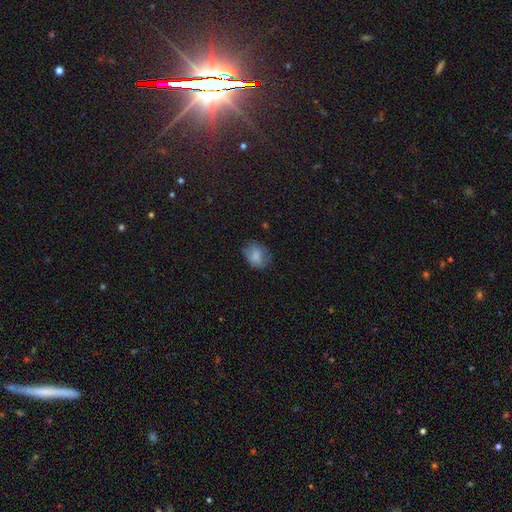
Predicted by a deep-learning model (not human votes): A smooth galaxy with no disk features (80%) that is in between round and cigar-shaped (61%).

Vote fractions:
- Smooth or featured? smooth: 80% / featured or disk: 12% / star or artifact: 8%
- How rounded? in between: 61% / round: 38% / cigar-shaped: 1%
- Merging? none: 70% / minor disturbance: 22% / major disturbance: 7% / merger: 1%